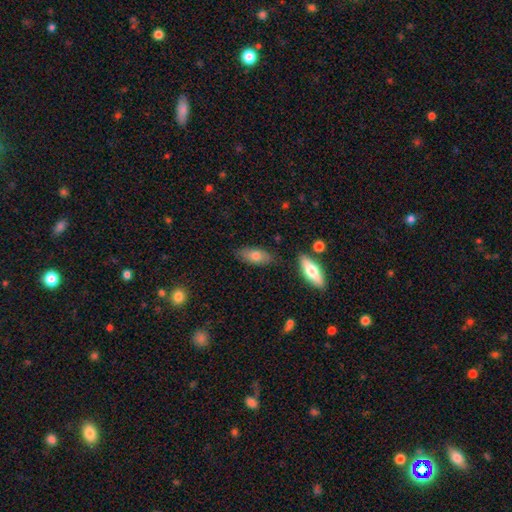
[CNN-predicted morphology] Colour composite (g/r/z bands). It shows a smooth galaxy with no disk features (72%) that is in between round and cigar-shaped (80%). Merging: none (80%).